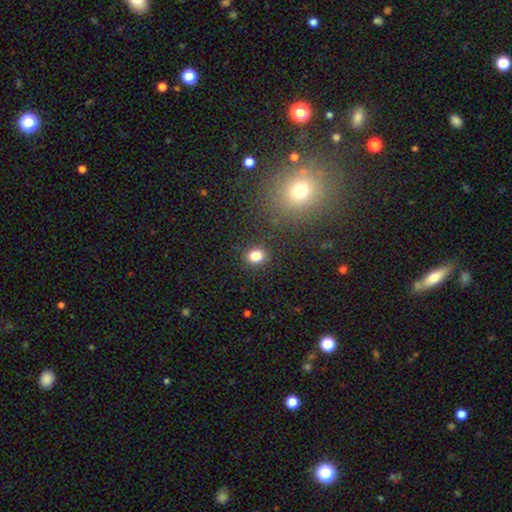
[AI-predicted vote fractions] A smooth galaxy with no disk features (82%) that is round (66%). Merging: none (88%).